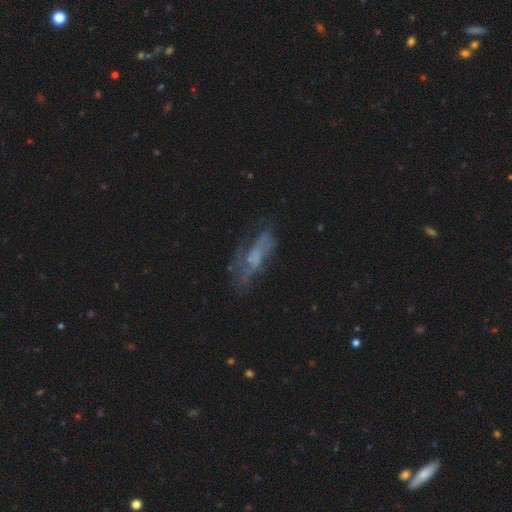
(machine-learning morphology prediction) smooth-or-featured: featured or disk: 59% | smooth: 28% | star or artifact: 13%
  disk-edge-on: no: 85% | yes: 15%
  merging: none: 47% | major disturbance: 26% | minor disturbance: 22% | merger: 5%